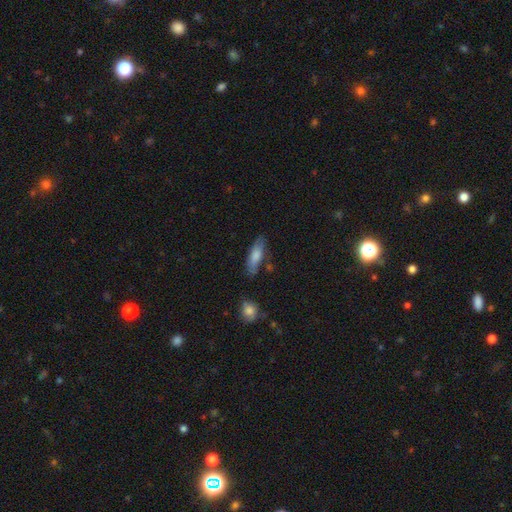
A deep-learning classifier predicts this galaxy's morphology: type=smooth (75%); roundness=in between (52%); merging=none (71%).